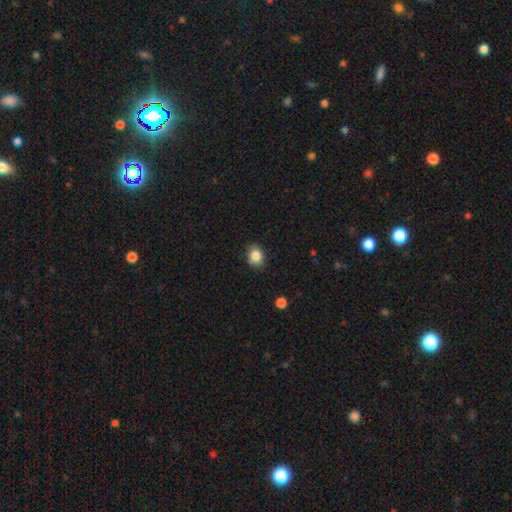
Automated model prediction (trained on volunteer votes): Smooth or featured: smooth — 85% (star or artifact — 10%)
How rounded: round — 53% (in between — 46%)
Merging: none — 84% (minor disturbance — 13%)